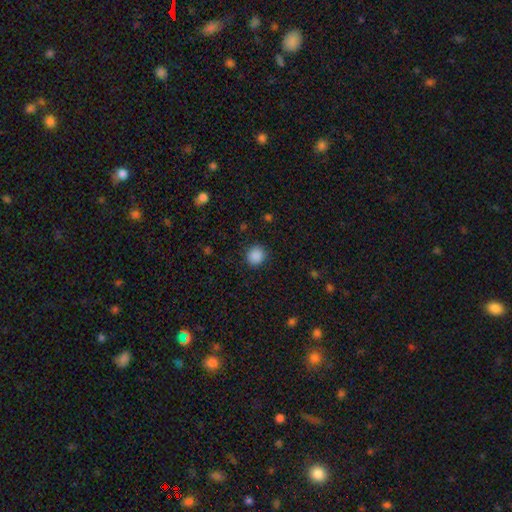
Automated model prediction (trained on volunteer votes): smooth-or-featured: smooth: 88% | star or artifact: 9% | featured or disk: 2%
  how-rounded: round: 90% | in between: 9% | cigar-shaped: 1%
  merging: none: 90% | minor disturbance: 7% | major disturbance: 3% | merger: 1%